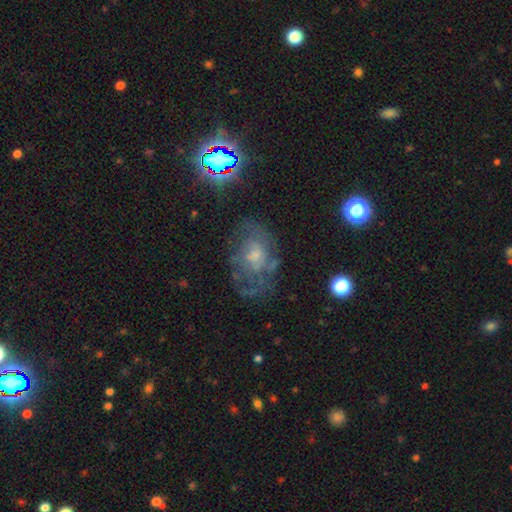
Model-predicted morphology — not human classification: featured or disk 61%, smooth 24%, star or artifact 14%. Down the decision tree: edge-on disk — no (97%); bar — no (74%); spiral arms — yes (62%); bulge size — small (45%); merging — none (52%).